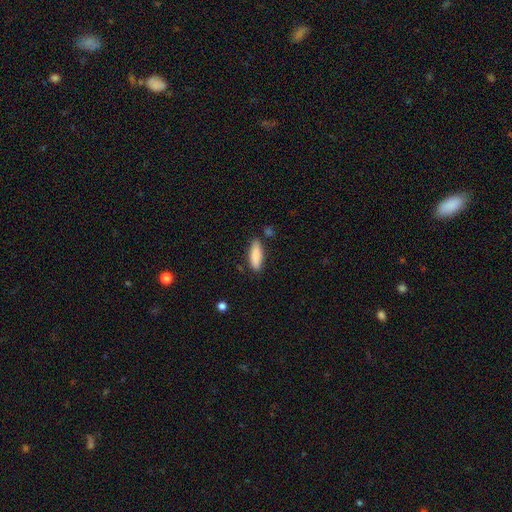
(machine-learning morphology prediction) This is clearly a smooth galaxy (87%). How rounded: possibly in between (58%). Merging: likely none (79%).